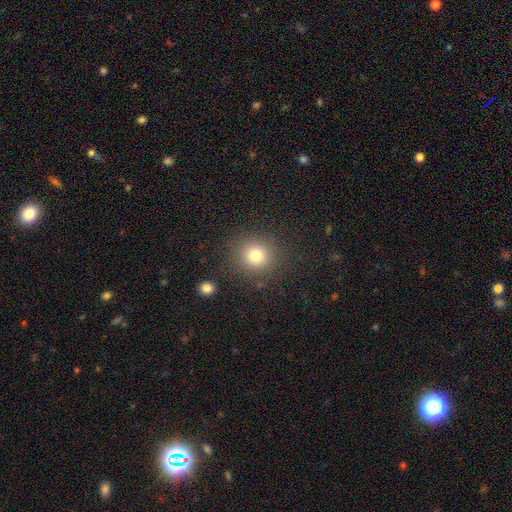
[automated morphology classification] smooth-or-featured: smooth: 78% | star or artifact: 13% | featured or disk: 8%
  how-rounded: round: 89% | in between: 10% | cigar-shaped: 1%
  merging: none: 86% | minor disturbance: 8% | major disturbance: 4% | merger: 2%